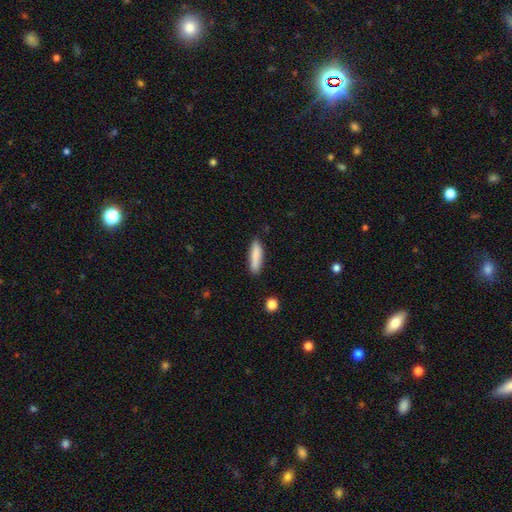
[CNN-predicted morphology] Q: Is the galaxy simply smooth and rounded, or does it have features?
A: smooth — 84%.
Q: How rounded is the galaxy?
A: cigar-shaped — 68%.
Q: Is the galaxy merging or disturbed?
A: none — 83%.